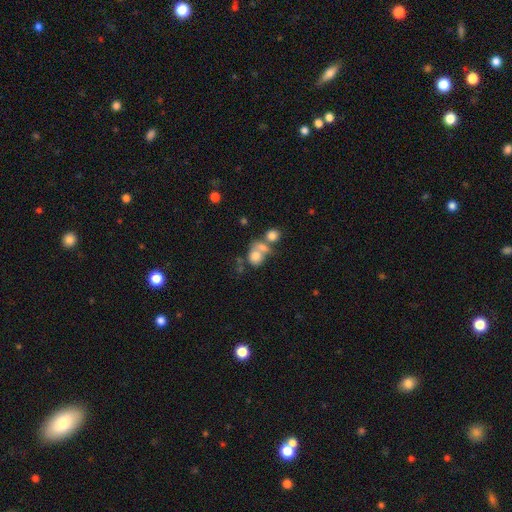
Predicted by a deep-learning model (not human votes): smooth_or_featured: smooth (p=0.72) [alt: featured or disk p=0.17]
how_rounded: round (p=0.56) [alt: in between p=0.43]
merging: merger (p=0.55) [alt: none p=0.26]